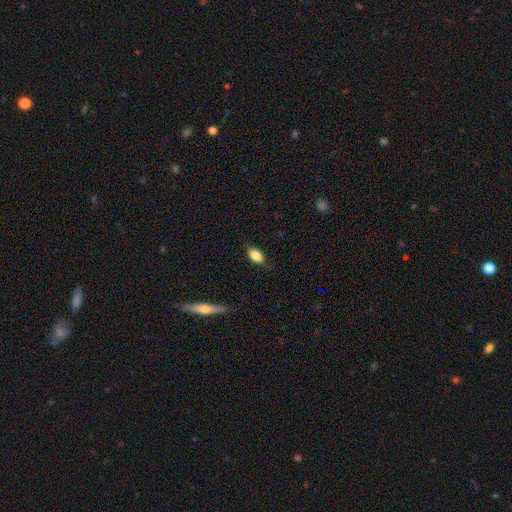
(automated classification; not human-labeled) smooth-or-featured: smooth: 85% | star or artifact: 7% | featured or disk: 7%
  how-rounded: in between: 89% | round: 6% | cigar-shaped: 4%
  merging: none: 81% | minor disturbance: 15% | major disturbance: 3% | merger: 1%